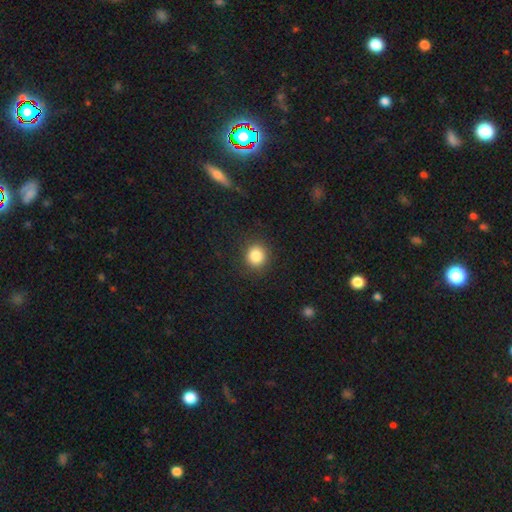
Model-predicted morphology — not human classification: Overall: smooth (85%). How rounded: round (87%). Merging: none (89%).